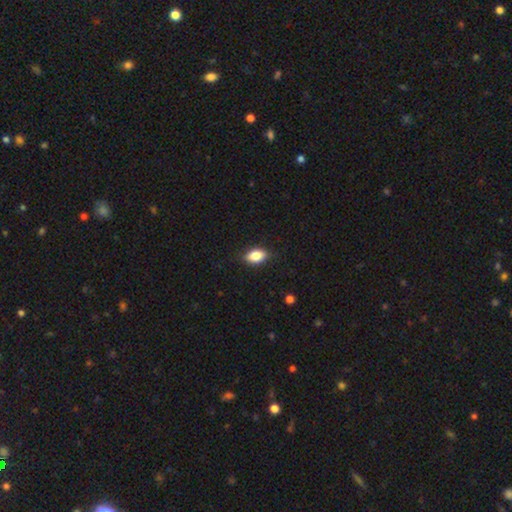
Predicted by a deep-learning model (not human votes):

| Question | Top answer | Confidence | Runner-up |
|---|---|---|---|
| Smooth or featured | smooth | 82% | featured or disk (10%) |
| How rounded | in between | 86% | round (11%) |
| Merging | none | 85% | minor disturbance (12%) |